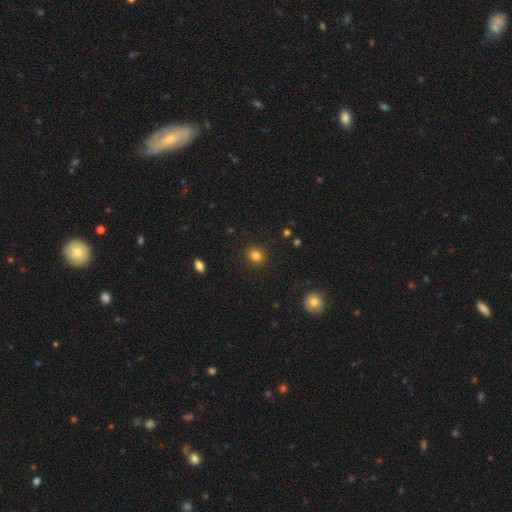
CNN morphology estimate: Smooth or featured? smooth (82%)
How rounded? round (80%)
Merging? none (91%)